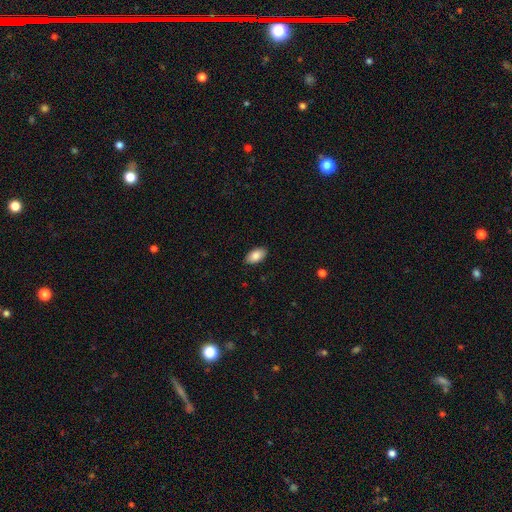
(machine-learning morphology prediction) smooth-or-featured: smooth: 87% | star or artifact: 7% | featured or disk: 6%
  how-rounded: in between: 94% | round: 4% | cigar-shaped: 2%
  merging: none: 89% | minor disturbance: 9% | major disturbance: 2% | merger: 1%